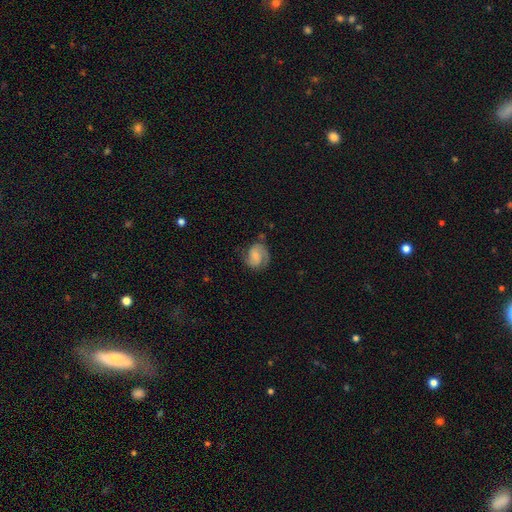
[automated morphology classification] Smooth or featured? featured or disk (69%)
Edge-on disk? no (98%)
Bar? no (54%)
Spiral arms? yes (93%)
Spiral winding? medium (45%)
Spiral arm count? 2 (77%)
Bulge size? small (53%)
Merging? none (67%)